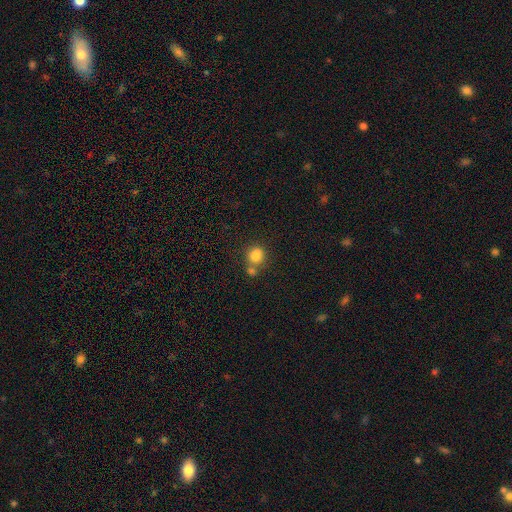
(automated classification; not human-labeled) Smooth or featured? Predicted: smooth (p=0.82). How rounded? Predicted: round (p=0.80). Merging? Predicted: none (p=0.50).